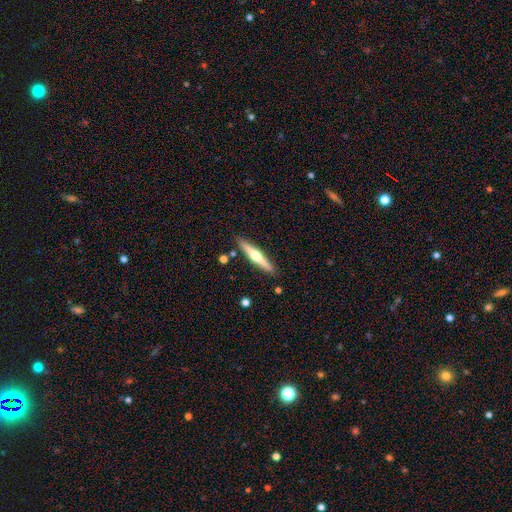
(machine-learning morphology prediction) smooth-or-featured: featured or disk: 65% | smooth: 30% | star or artifact: 5%
  disk-edge-on: yes: 97% | no: 3%
    edge-on-bulge: rounded: 93% | none: 4% | boxy: 3%
  merging: none: 89% | minor disturbance: 8% | merger: 2% | major disturbance: 1%